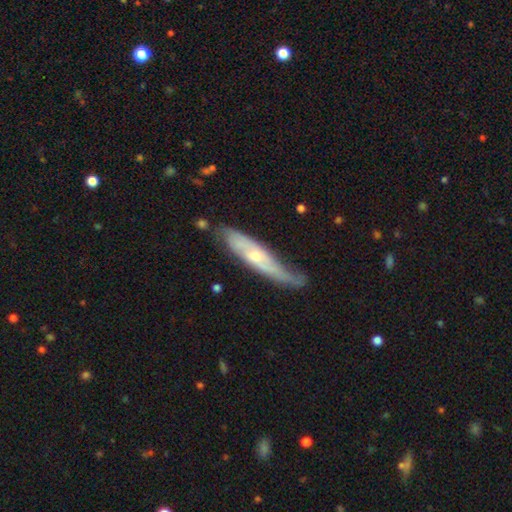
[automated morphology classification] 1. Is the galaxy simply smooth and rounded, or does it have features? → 63% featured or disk, 32% smooth, 6% star or artifact.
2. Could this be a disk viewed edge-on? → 53% yes, 47% no.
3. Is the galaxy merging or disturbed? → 50% none, 33% minor disturbance, 13% major disturbance, 4% merger.